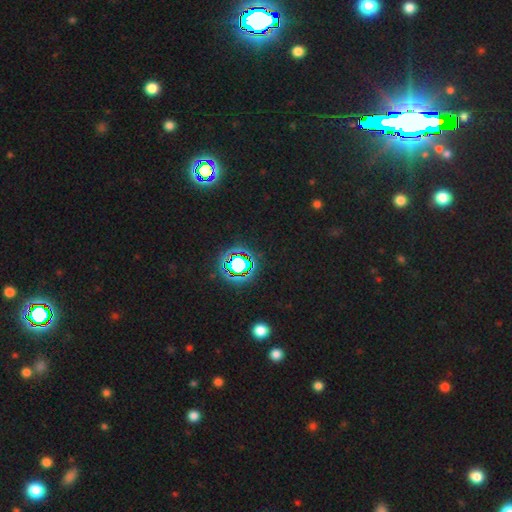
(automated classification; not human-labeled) Morphology: type=star or artifact (82%).